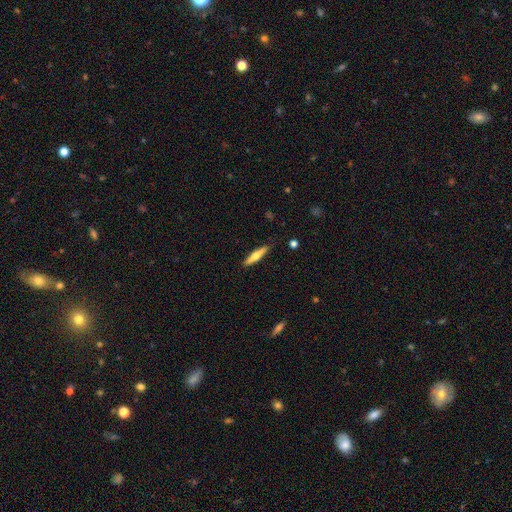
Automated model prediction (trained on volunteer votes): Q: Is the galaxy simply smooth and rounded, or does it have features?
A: featured or disk — 51%.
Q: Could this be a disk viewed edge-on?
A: yes — 95%.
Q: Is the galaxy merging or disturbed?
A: none — 88%.